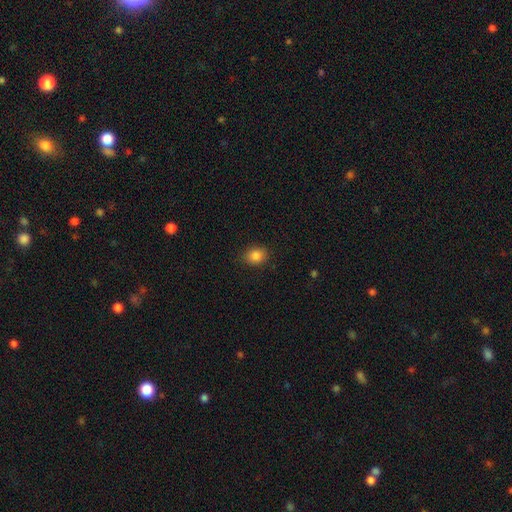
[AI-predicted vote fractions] Smooth or featured? smooth (85%)
How rounded? round (56%)
Merging? none (86%)